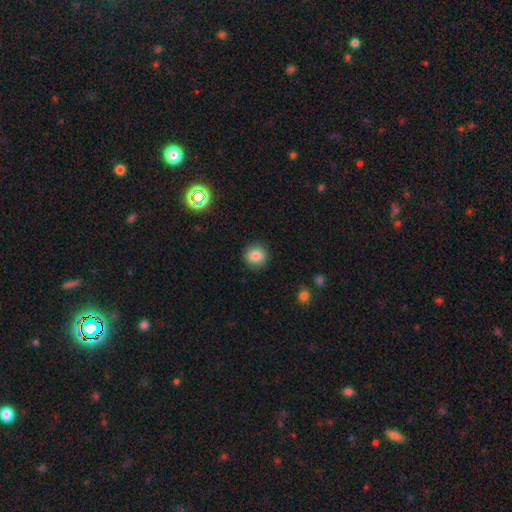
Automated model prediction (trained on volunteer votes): The model was most divided on "smooth or featured": smooth: 84%, star or artifact: 11%, featured or disk: 6%. More confident: merging — none (89%); how rounded — round (87%).